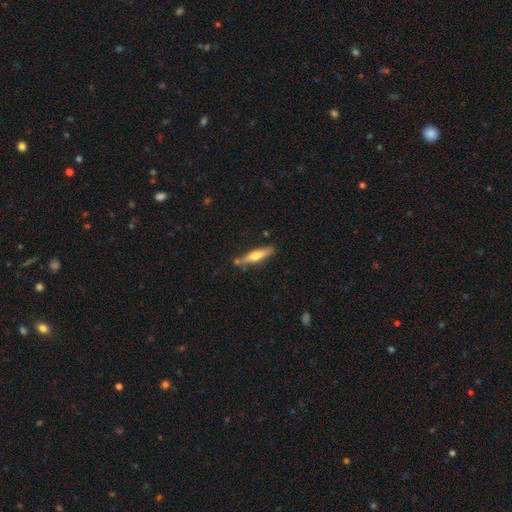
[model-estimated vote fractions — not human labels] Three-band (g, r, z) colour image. It shows a smooth galaxy with no disk features (55%) that is cigar-shaped (84%). Merging: none (75%).